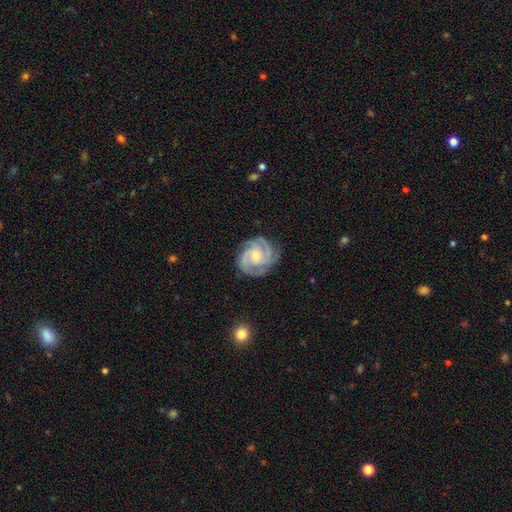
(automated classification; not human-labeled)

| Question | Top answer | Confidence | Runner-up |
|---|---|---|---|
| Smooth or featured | featured or disk | 91% | smooth (5%) |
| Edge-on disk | no | 98% | yes (2%) |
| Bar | no | 64% | weak (29%) |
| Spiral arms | yes | 99% | no (1%) |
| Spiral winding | tight | 61% | medium (35%) |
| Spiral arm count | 3 | 65% | 2 (11%) |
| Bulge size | small | 56% | moderate (37%) |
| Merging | none | 81% | minor disturbance (14%) |